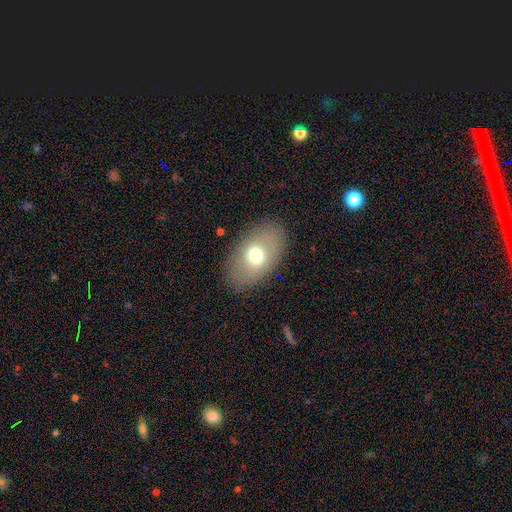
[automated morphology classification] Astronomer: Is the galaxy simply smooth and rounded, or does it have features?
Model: smooth — 68%.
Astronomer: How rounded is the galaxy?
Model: in between — 88%.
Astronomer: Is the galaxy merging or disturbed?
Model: none — 85%.